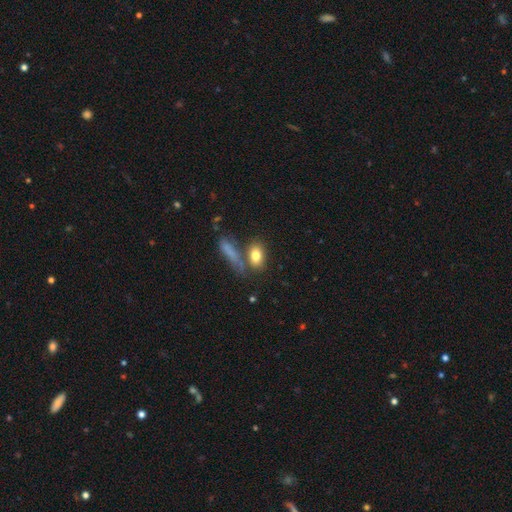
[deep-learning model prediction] A smooth galaxy with no disk features (79%) that is in between round and cigar-shaped (78%).

Vote fractions:
- Smooth or featured? smooth: 79% / featured or disk: 12% / star or artifact: 8%
- How rounded? in between: 78% / round: 14% / cigar-shaped: 8%
- Merging? none: 60% / merger: 21% / minor disturbance: 13% / major disturbance: 6%